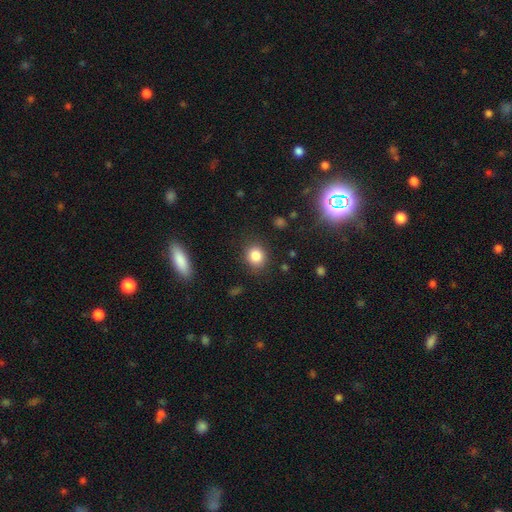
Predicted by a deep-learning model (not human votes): A smooth galaxy with no disk features (84%) that is round (77%).

Vote fractions:
- Smooth or featured? smooth: 84% / star or artifact: 11% / featured or disk: 6%
- How rounded? round: 77% / in between: 22% / cigar-shaped: 1%
- Merging? none: 86% / minor disturbance: 9% / major disturbance: 3% / merger: 2%